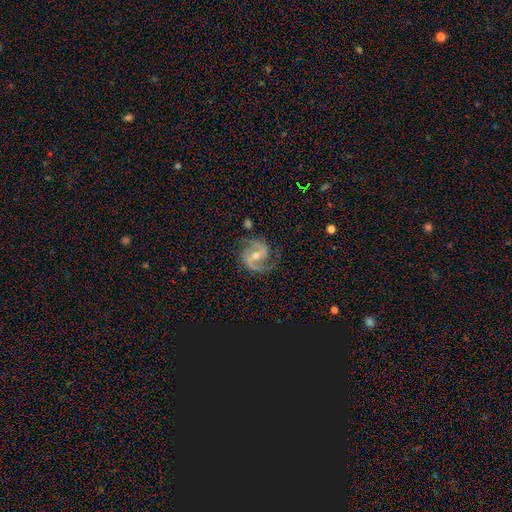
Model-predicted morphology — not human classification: A featured or disk galaxy (89%) with a weak bar (43%), 2 (90%) medium (57%) spiral arms (98%) and a moderate central bulge (53%). Merging: none (77%).